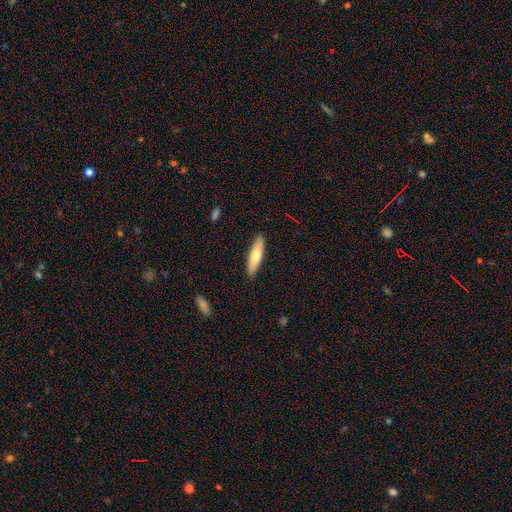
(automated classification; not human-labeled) Smooth or featured: smooth — 68% (featured or disk — 27%)
How rounded: cigar-shaped — 70% (in between — 29%)
Merging: none — 89% (minor disturbance — 8%)